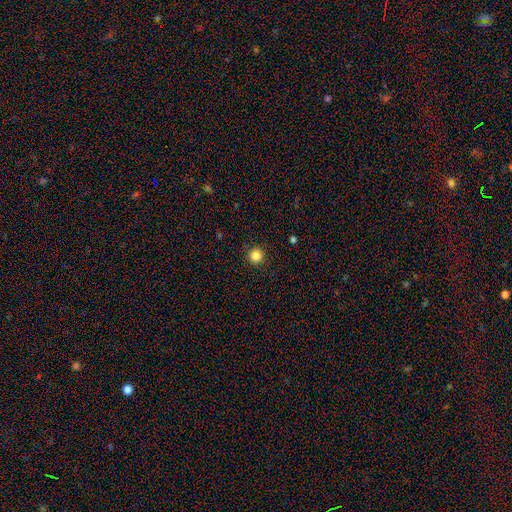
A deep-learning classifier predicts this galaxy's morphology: This is clearly a smooth galaxy (84%). How rounded: clearly round (96%). Merging: clearly none (92%).